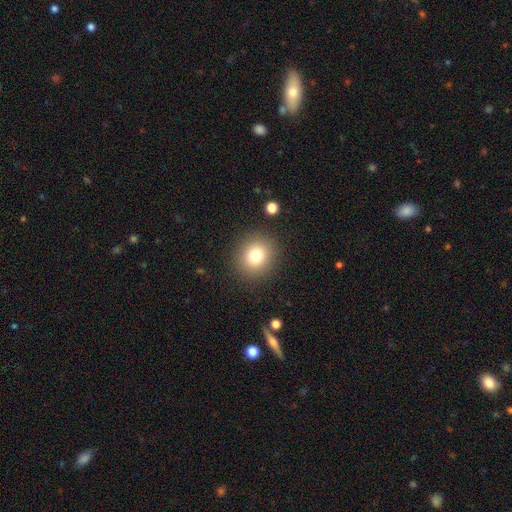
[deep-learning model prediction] This is likely a smooth galaxy (78%). How rounded: clearly round (83%). Merging: clearly none (89%).